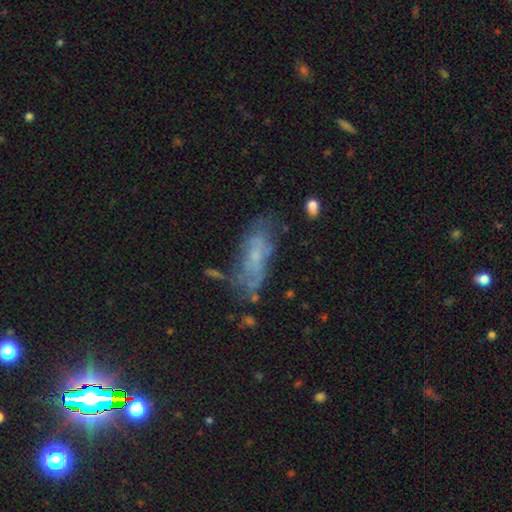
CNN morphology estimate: Smooth or featured?
  - featured or disk: 52% *
  - smooth: 37%
  - star or artifact: 11%
Edge-on disk?
  - no: 86% *
  - yes: 14%
Merging?
  - none: 49% *
  - minor disturbance: 26%
  - major disturbance: 18%
  - merger: 8%